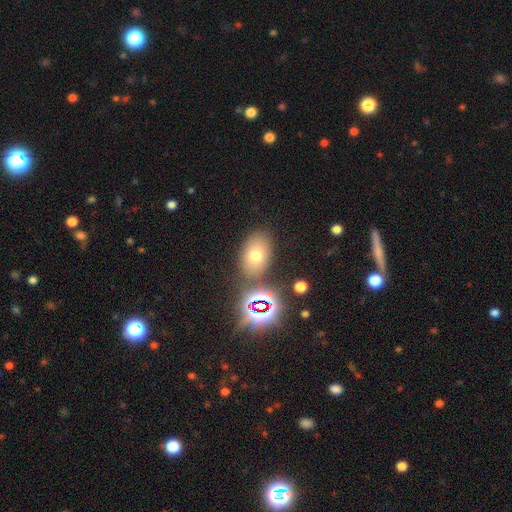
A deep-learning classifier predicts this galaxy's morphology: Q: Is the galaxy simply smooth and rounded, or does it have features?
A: smooth — 67%.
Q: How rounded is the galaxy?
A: in between — 78%.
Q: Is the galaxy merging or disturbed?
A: none — 78%.